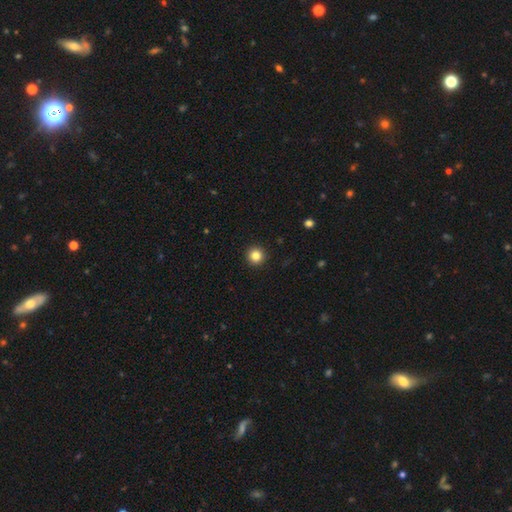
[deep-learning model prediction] Q: Smooth or featured?
A: smooth (84%); runner-up: star or artifact (11%)
Q: How rounded?
A: round (96%); runner-up: in between (3%)
Q: Merging?
A: none (94%); runner-up: minor disturbance (4%)